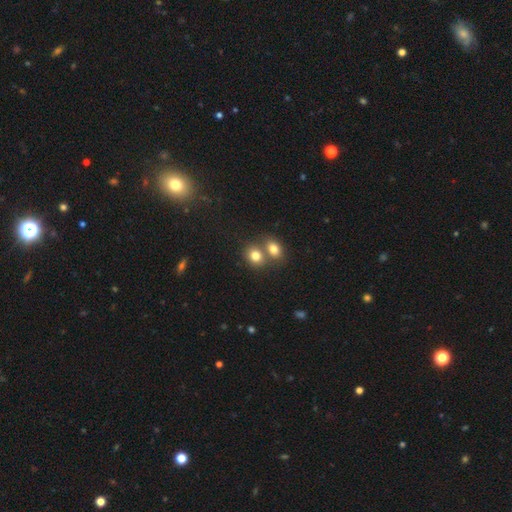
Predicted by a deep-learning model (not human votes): Overall: smooth (79%). How rounded: round (61%; in between 38%). Merging: merger (49%; none 40%).